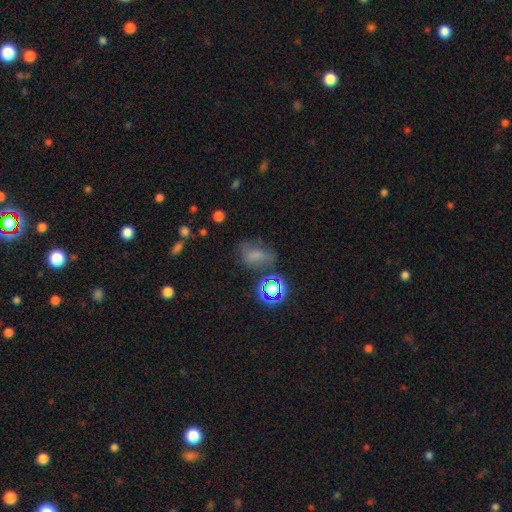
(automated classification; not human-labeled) Q: Smooth or featured?
A: smooth (59%); runner-up: star or artifact (26%)
Q: How rounded?
A: in between (71%); runner-up: round (25%)
Q: Merging?
A: none (54%); runner-up: minor disturbance (25%)